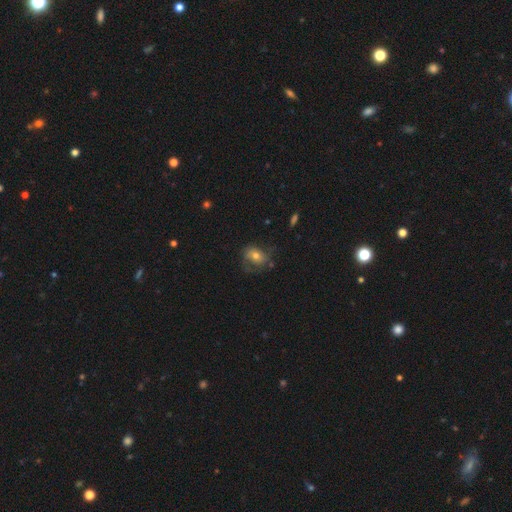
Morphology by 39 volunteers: Smooth or featured? smooth (59%)
How rounded? in between (61%)
Merging? none (39%)